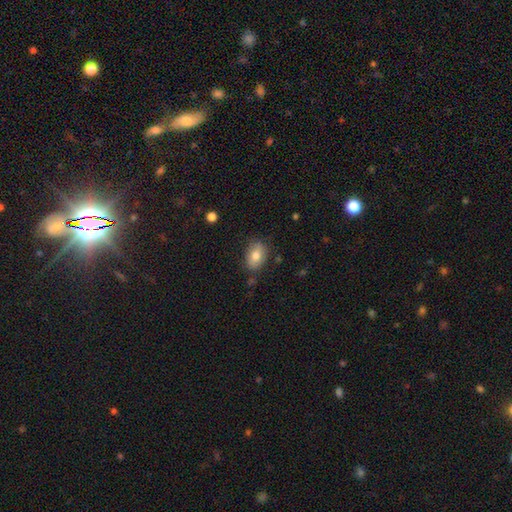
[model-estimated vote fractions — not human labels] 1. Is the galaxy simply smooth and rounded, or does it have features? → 79% smooth, 13% featured or disk, 8% star or artifact.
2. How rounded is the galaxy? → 83% in between, 16% round, 1% cigar-shaped.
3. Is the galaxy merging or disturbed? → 80% none, 15% minor disturbance, 3% major disturbance, 2% merger.